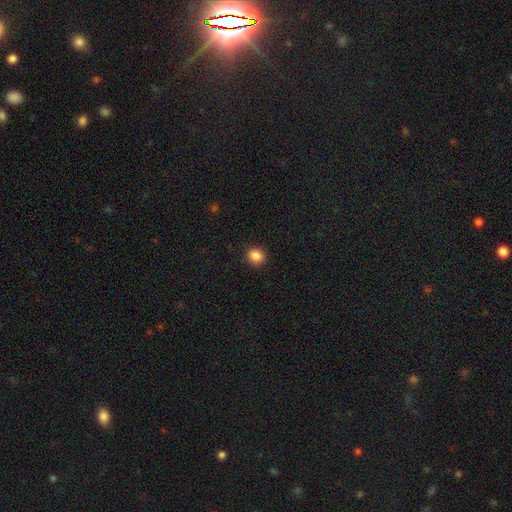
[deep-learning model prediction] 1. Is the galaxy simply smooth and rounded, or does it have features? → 86% smooth, 10% star or artifact, 3% featured or disk.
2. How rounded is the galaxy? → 80% round, 19% in between, 1% cigar-shaped.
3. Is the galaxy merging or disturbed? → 91% none, 6% minor disturbance, 2% major disturbance, 1% merger.